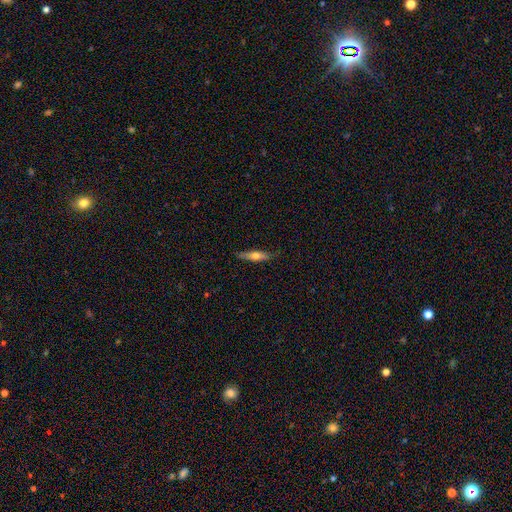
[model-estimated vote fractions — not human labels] Morphology: type=smooth (53%); roundness=cigar-shaped (75%); merging=none (82%).